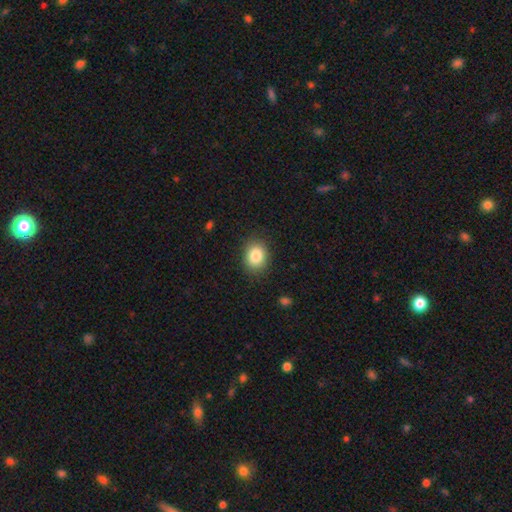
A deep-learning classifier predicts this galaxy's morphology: This appears to be a smooth galaxy with no disk features (84%) that is round (51%). Merging: none (86%).